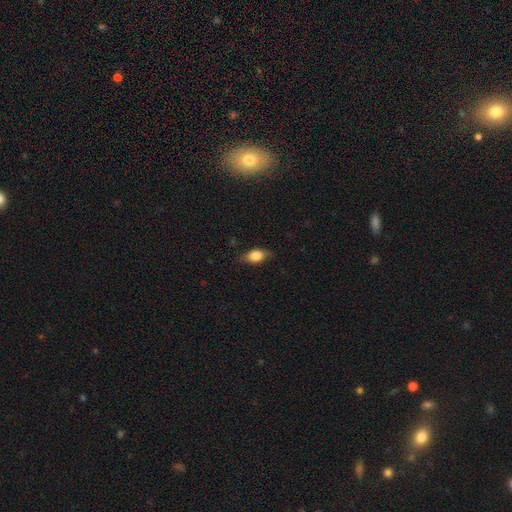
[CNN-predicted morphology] A smooth galaxy with no disk features (77%) that is in between round and cigar-shaped (84%).

Vote fractions:
- Smooth or featured? smooth: 77% / featured or disk: 15% / star or artifact: 8%
- How rounded? in between: 84% / round: 9% / cigar-shaped: 8%
- Merging? none: 75% / minor disturbance: 20% / major disturbance: 4% / merger: 1%